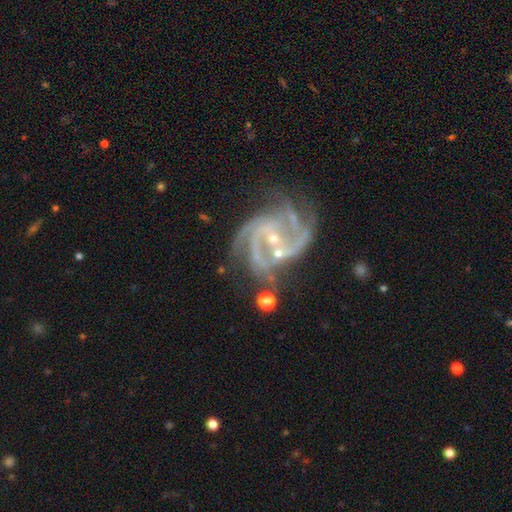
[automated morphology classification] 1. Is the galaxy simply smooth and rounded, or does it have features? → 90% featured or disk, 7% star or artifact, 3% smooth.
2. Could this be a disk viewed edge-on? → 98% no, 2% yes.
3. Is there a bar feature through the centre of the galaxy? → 47% no, 35% weak, 18% strong.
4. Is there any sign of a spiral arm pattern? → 98% yes, 2% no.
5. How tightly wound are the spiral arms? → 53% medium, 32% tight, 14% loose.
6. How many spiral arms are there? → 39% 3, 21% 2, 16% 4, 11% can't tell, 6% more than 4, 6% 1.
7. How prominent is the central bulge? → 78% small, 17% moderate, 4% none, 1% large, 1% dominant.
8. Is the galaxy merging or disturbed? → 48% none, 22% minor disturbance, 19% major disturbance, 11% merger.